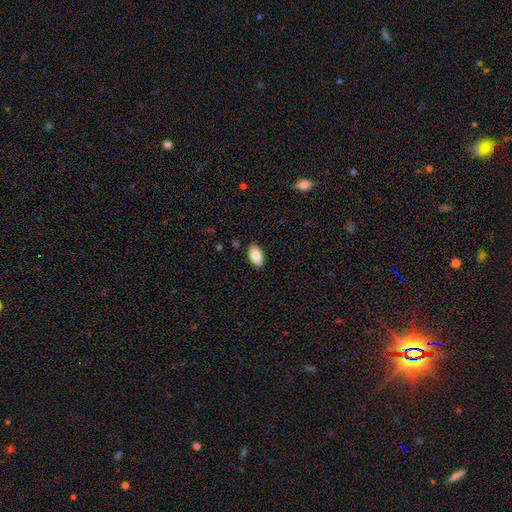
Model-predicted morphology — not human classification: This is clearly a smooth galaxy (86%). How rounded: clearly in between (95%). Merging: clearly none (89%).